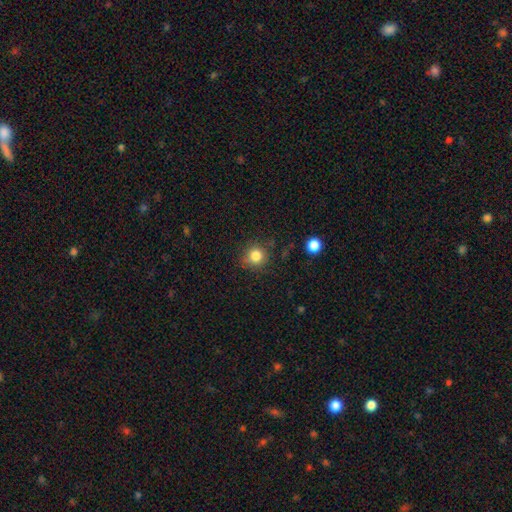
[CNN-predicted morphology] Smooth or featured: smooth — 83% (star or artifact — 12%)
How rounded: round — 90% (in between — 9%)
Merging: none — 83% (minor disturbance — 12%)